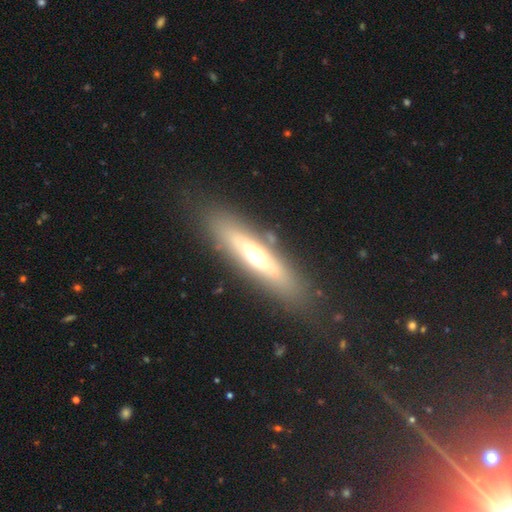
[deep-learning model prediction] featured or disk 51%, smooth 41%, star or artifact 8%. Down the decision tree: edge-on disk — yes (72%); merging — none (81%).